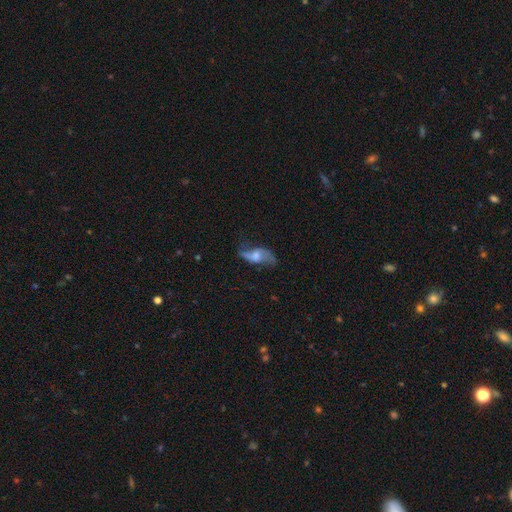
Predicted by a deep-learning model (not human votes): Smooth or featured?
  - featured or disk: 62% *
  - smooth: 29%
  - star or artifact: 8%
Edge-on disk?
  - no: 88% *
  - yes: 12%
Bar?
  - no: 56% *
  - weak: 34%
  - strong: 10%
Spiral arms?
  - yes: 81% *
  - no: 19%
Bulge size?
  - moderate: 41% *
  - small: 27%
  - large: 16%
  - none: 14%
  - dominant: 2%
Merging?
  - none: 51% *
  - minor disturbance: 24%
  - major disturbance: 21%
  - merger: 3%